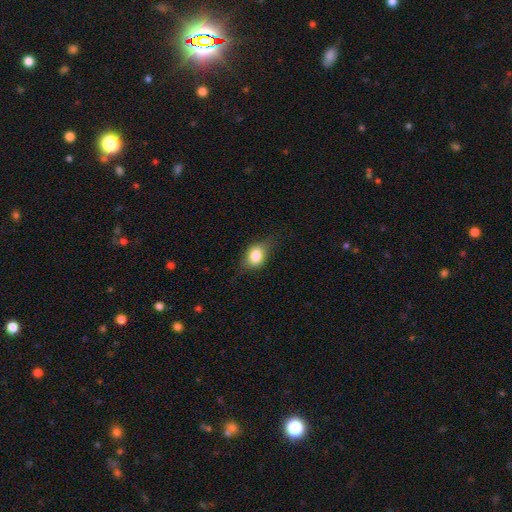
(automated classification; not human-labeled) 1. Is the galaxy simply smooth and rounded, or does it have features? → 74% smooth, 17% featured or disk, 9% star or artifact.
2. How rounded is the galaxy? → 59% in between, 39% round, 3% cigar-shaped.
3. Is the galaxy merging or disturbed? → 66% none, 25% minor disturbance, 8% major disturbance, 1% merger.